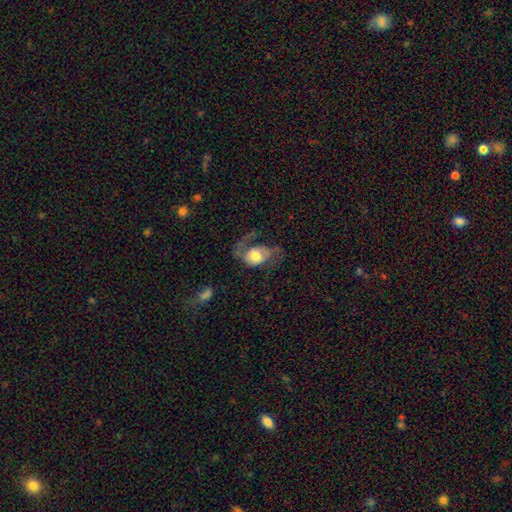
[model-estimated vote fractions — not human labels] This appears to be a featured or disk galaxy (59%) with no bar (74%), spiral arms (80%) and a moderate central bulge (49%). Merging: major disturbance (50%).